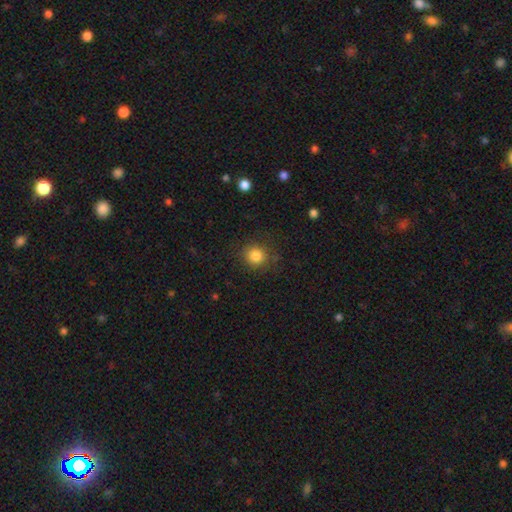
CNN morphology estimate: This is clearly a smooth galaxy (83%). How rounded: clearly round (90%). Merging: clearly none (85%).